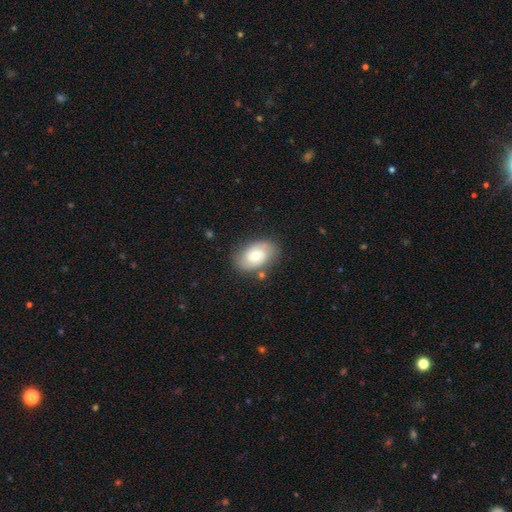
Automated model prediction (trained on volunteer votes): Smooth or featured: featured or disk — 49% (smooth — 44%)
Merging: none — 78% (minor disturbance — 15%)